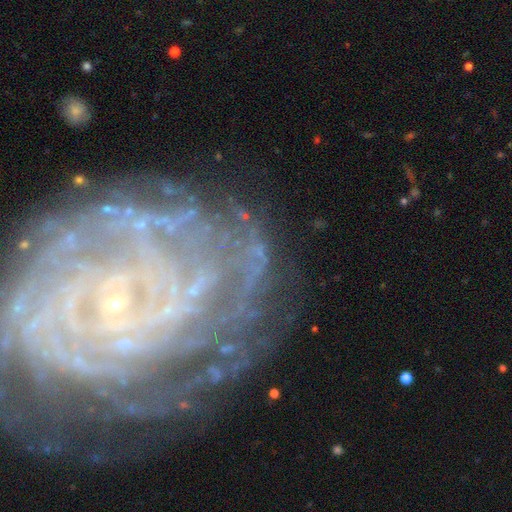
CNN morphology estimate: A featured or disk galaxy (69%) with no bar (48%), tight (68%) spiral arms (81%) and a small central bulge (59%).

Vote fractions:
- Smooth or featured? featured or disk: 69% / star or artifact: 20% / smooth: 11%
- Edge-on disk? no: 95% / yes: 5%
- Bar? no: 48% / weak: 28% / strong: 24%
- Spiral arms? yes: 81% / no: 19%
- Spiral winding? tight: 68% / medium: 23% / loose: 10%
- Spiral arm count? can't tell: 36% / 2: 15% / 3: 14% / more than 4: 13% / 4: 12% / 1: 11%
- Bulge size? small: 59% / none: 19% / moderate: 16% / large: 4% / dominant: 2%
- Merging? none: 66% / minor disturbance: 16% / major disturbance: 14% / merger: 4%